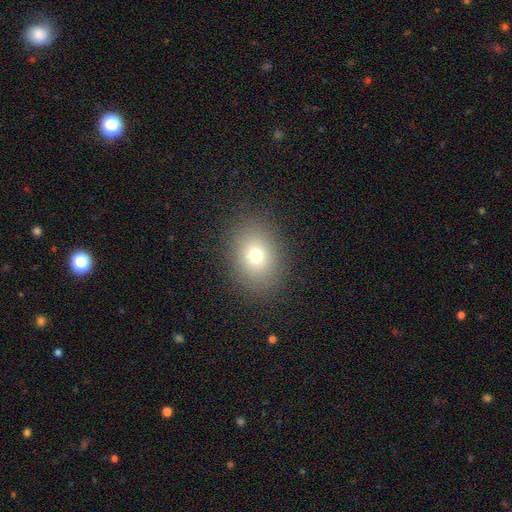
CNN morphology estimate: A smooth galaxy with no disk features (73%) that is in between round and cigar-shaped (57%). Merging: none (87%).